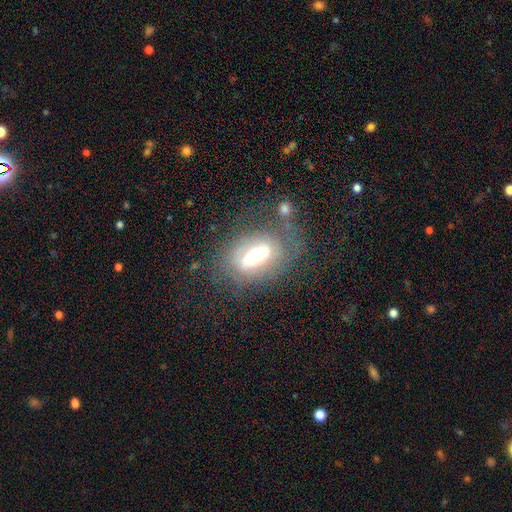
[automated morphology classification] featured or disk 60%, smooth 32%, star or artifact 8%. Down the decision tree: edge-on disk — no (85%); bar — strong (45%); spiral arms — yes (54%); bulge size — moderate (53%); merging — none (55%).